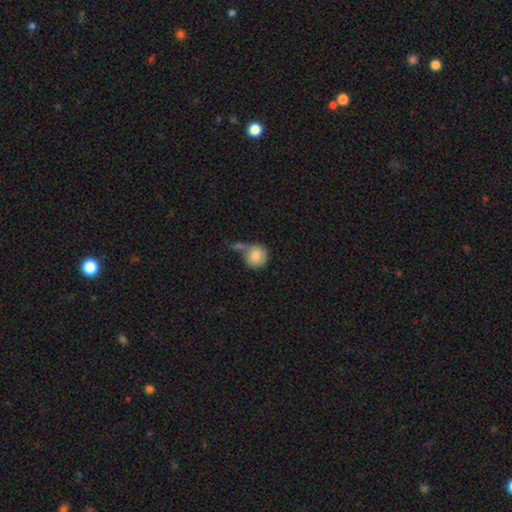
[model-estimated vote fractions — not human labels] Morphology: type=smooth (84%); roundness=round (89%); merging=none (43%).